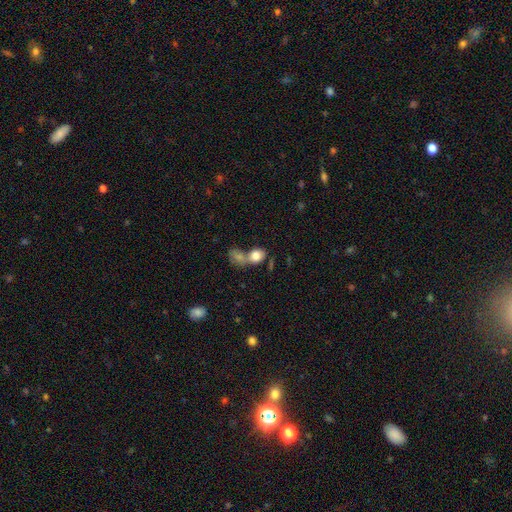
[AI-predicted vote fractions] This is clearly a smooth galaxy (80%). How rounded: possibly in between (58%). Merging: possibly merger (54%).